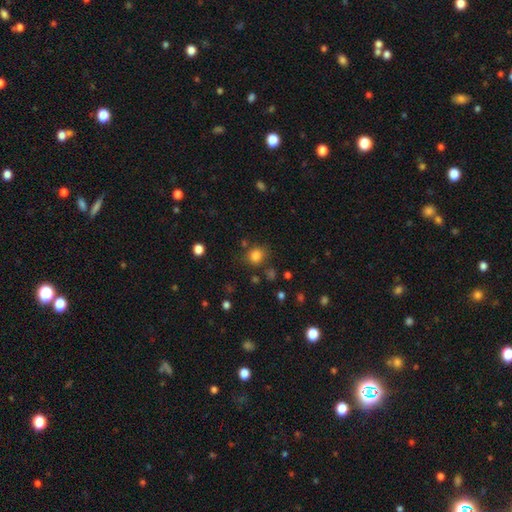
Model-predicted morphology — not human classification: The model was most divided on "how rounded": round: 72%, in between: 27%, cigar-shaped: 1%. More confident: smooth or featured — smooth (82%); merging — none (77%).